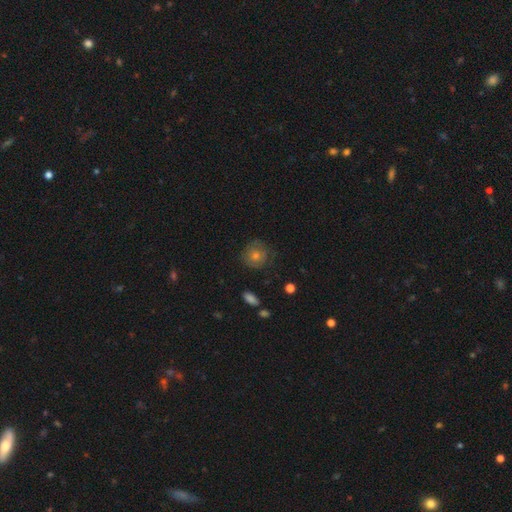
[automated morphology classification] Smooth or featured: smooth — 52% (featured or disk — 31%)
How rounded: round — 88% (in between — 11%)
Merging: none — 79% (minor disturbance — 14%)